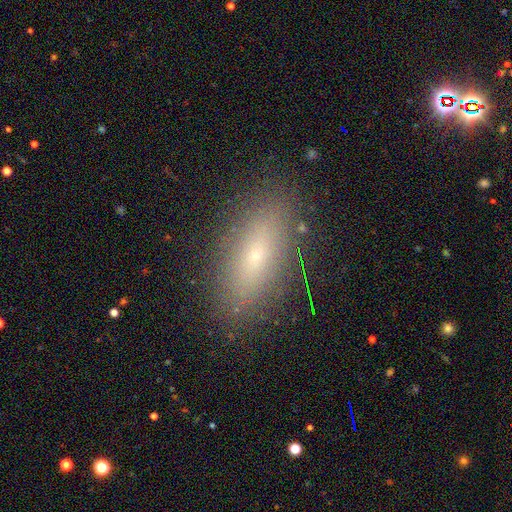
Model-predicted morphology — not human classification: Overall: smooth (62%; featured or disk 25%). How rounded: in between (70%). Merging: none (85%).